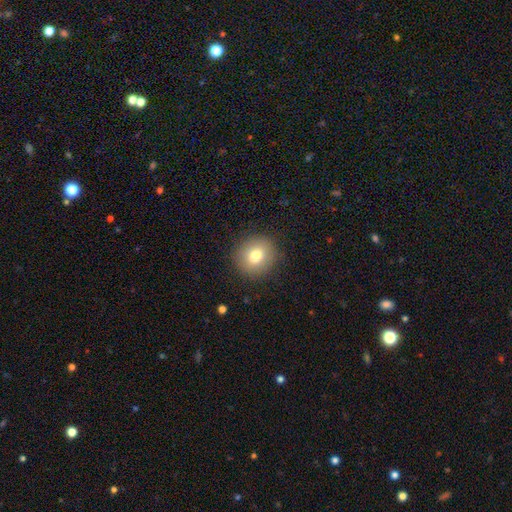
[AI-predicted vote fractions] Q: Smooth or featured?
A: smooth (76%); runner-up: featured or disk (13%)
Q: How rounded?
A: round (84%); runner-up: in between (15%)
Q: Merging?
A: none (88%); runner-up: minor disturbance (8%)